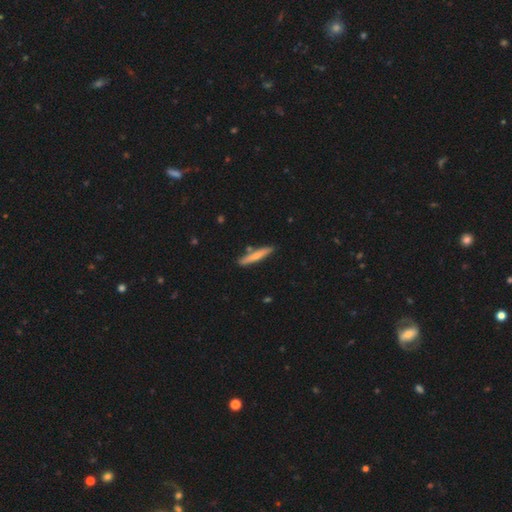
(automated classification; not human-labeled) Overall: smooth (65%; featured or disk 29%). How rounded: cigar-shaped (92%). Merging: none (81%).